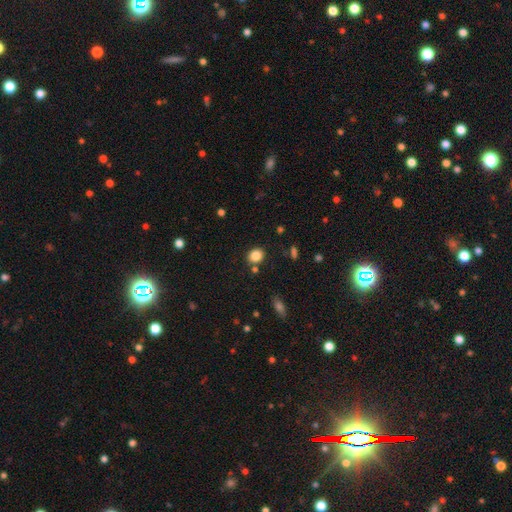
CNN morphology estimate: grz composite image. It shows a smooth galaxy with no disk features (84%) that is round (70%). Merging: none (80%).